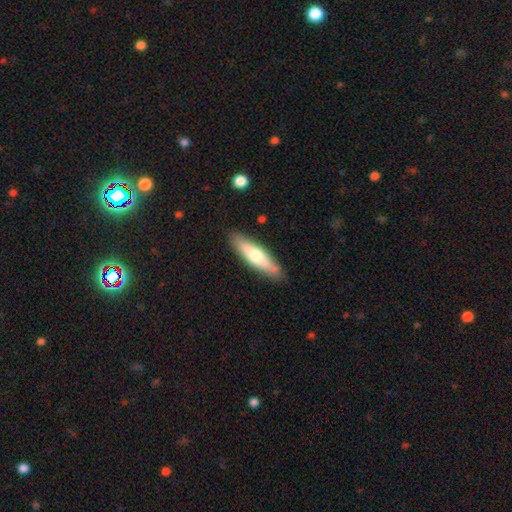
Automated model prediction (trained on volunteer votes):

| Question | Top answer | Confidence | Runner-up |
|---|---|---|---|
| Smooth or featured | smooth | 57% | featured or disk (38%) |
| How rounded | cigar-shaped | 69% | in between (29%) |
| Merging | none | 84% | minor disturbance (12%) |